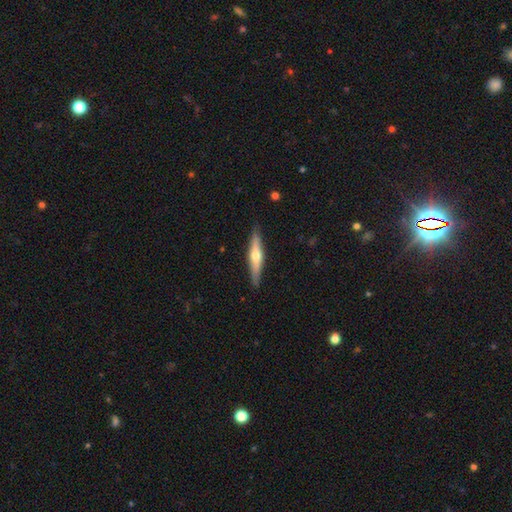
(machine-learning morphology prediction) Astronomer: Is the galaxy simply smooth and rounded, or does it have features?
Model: featured or disk — 56% (runner-up: smooth, 38%).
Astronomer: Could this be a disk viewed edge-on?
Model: yes — 94%.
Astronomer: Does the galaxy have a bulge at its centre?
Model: rounded — 90%.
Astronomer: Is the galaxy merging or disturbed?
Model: none — 88%.